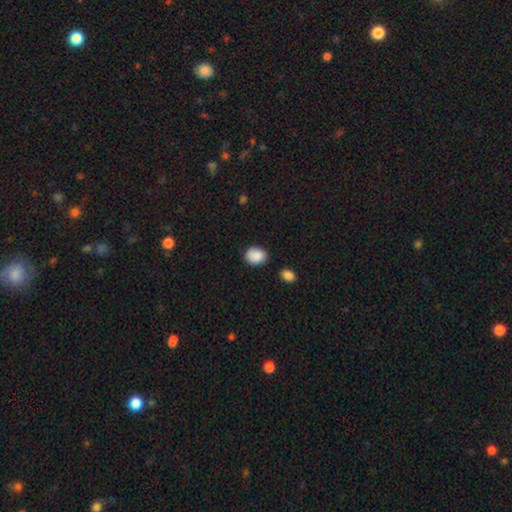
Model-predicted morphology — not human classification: A smooth galaxy with no disk features (87%) that is in between round and cigar-shaped (65%).

Vote fractions:
- Smooth or featured? smooth: 87% / star or artifact: 7% / featured or disk: 5%
- How rounded? in between: 65% / round: 34% / cigar-shaped: 1%
- Merging? none: 74% / minor disturbance: 18% / merger: 5% / major disturbance: 3%